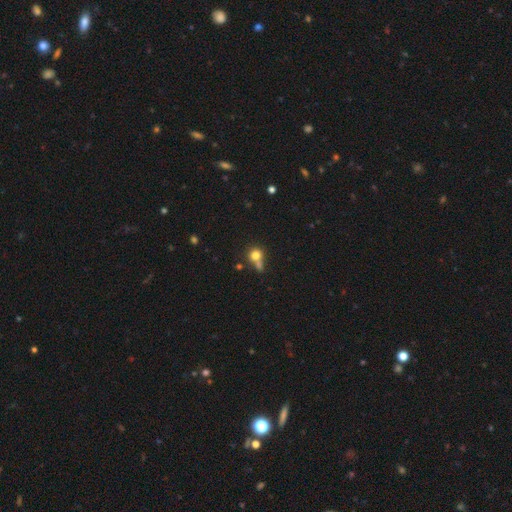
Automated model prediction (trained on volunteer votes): Smooth or featured? smooth (77%)
How rounded? round (84%)
Merging? none (45%)